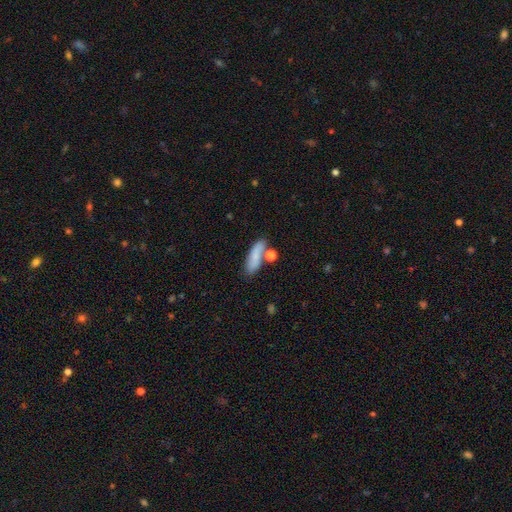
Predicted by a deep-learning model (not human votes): Smooth or featured?
  - smooth: 77% *
  - featured or disk: 15%
  - star or artifact: 8%
How rounded?
  - in between: 55% *
  - cigar-shaped: 40%
  - round: 5%
Merging?
  - none: 61% *
  - merger: 17%
  - minor disturbance: 16%
  - major disturbance: 5%